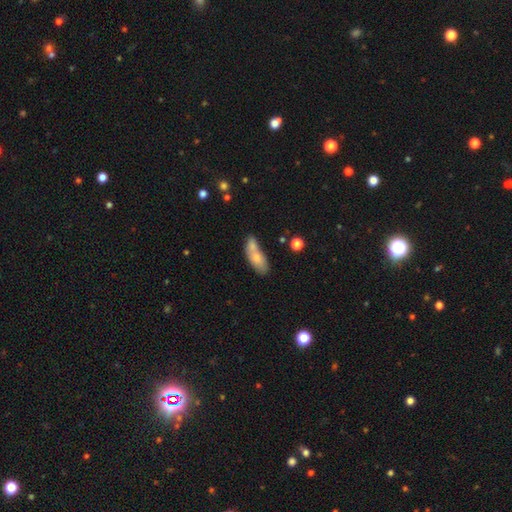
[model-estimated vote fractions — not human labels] Morphology: type=smooth (70%); roundness=in between (68%); merging=merger (41%).